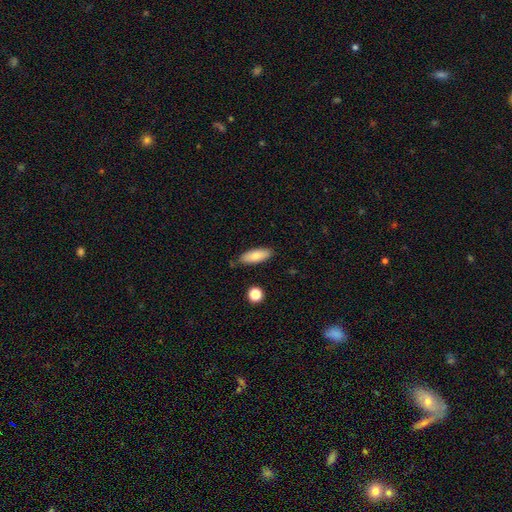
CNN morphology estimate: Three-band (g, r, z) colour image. It shows a smooth galaxy with no disk features (81%) that is in between round and cigar-shaped (73%). Merging: none (82%).